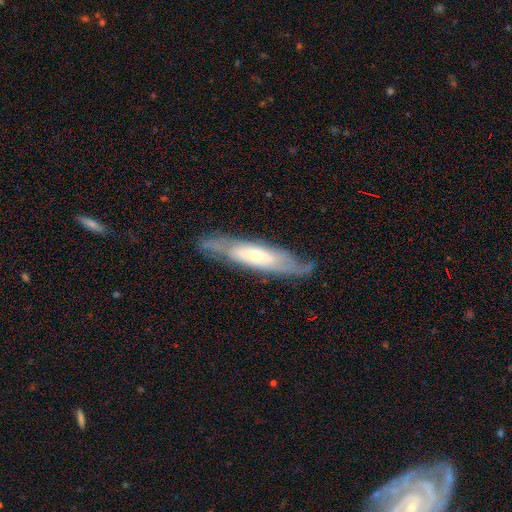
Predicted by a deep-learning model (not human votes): Q: Smooth or featured?
A: featured or disk (70%); runner-up: smooth (24%)
Q: Edge-on disk?
A: no (60%); runner-up: yes (40%)
Q: Merging?
A: none (74%); runner-up: minor disturbance (17%)